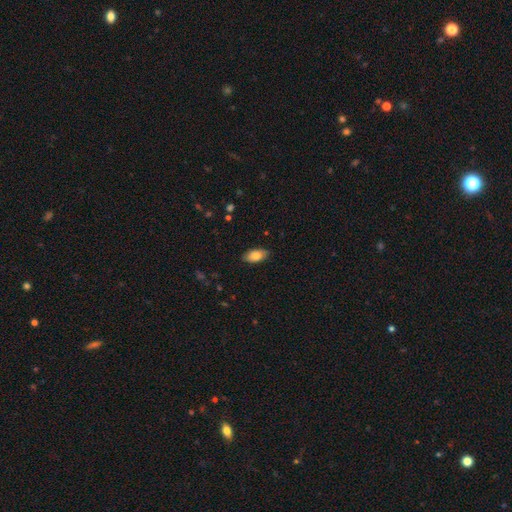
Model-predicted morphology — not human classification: This appears to be a smooth galaxy with no disk features (80%) that is in between round and cigar-shaped (93%). Merging: none (86%).